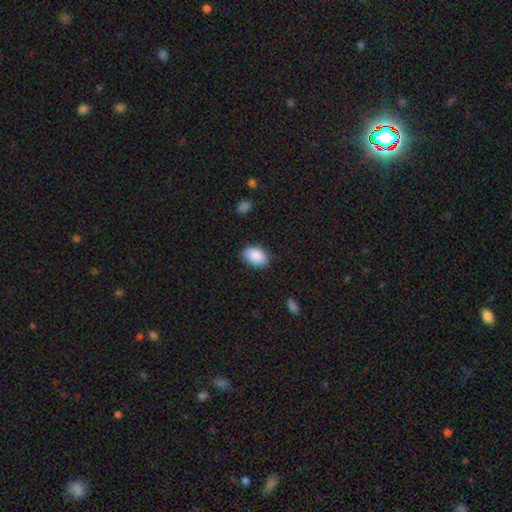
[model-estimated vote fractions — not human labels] A smooth galaxy with no disk features (89%) that is in between round and cigar-shaped (85%). Merging: none (83%).